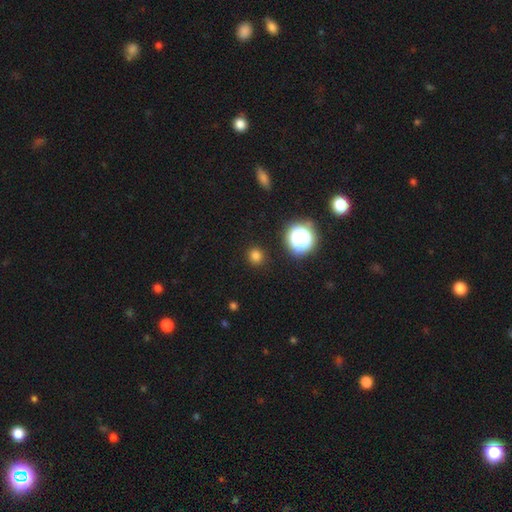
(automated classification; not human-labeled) A smooth galaxy with no disk features (76%) that is round (91%). Merging: none (91%).